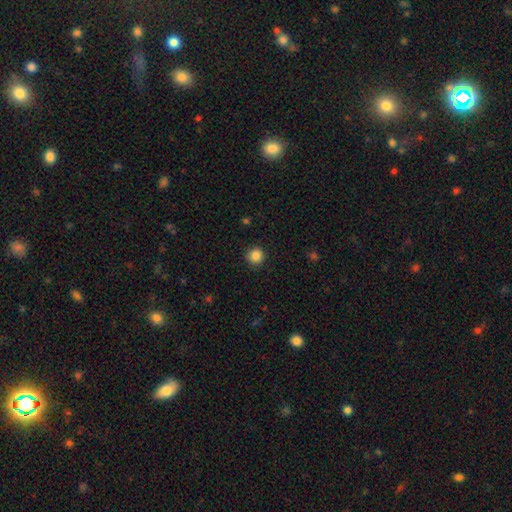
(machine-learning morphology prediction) smooth 85%, star or artifact 11%, featured or disk 4%. Down the decision tree: how rounded — round (93%); merging — none (90%).